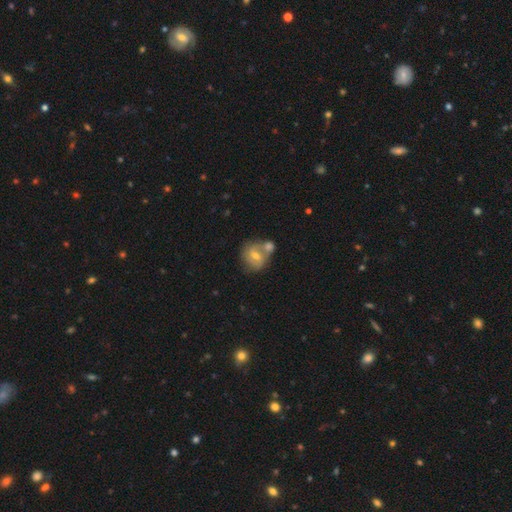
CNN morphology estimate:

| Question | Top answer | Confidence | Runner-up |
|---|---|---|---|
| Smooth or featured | featured or disk | 49% | smooth (44%) |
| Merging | merger | 49% | none (35%) |